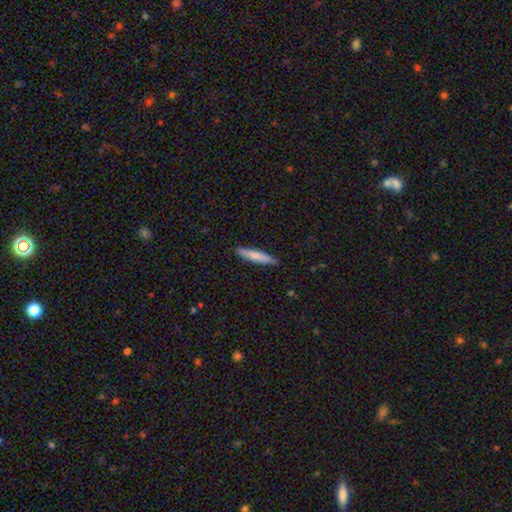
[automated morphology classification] smooth-or-featured: smooth: 73% | featured or disk: 21% | star or artifact: 6%
  how-rounded: cigar-shaped: 91% | in between: 8% | round: 1%
  merging: none: 90% | minor disturbance: 8% | major disturbance: 2% | merger: 1%